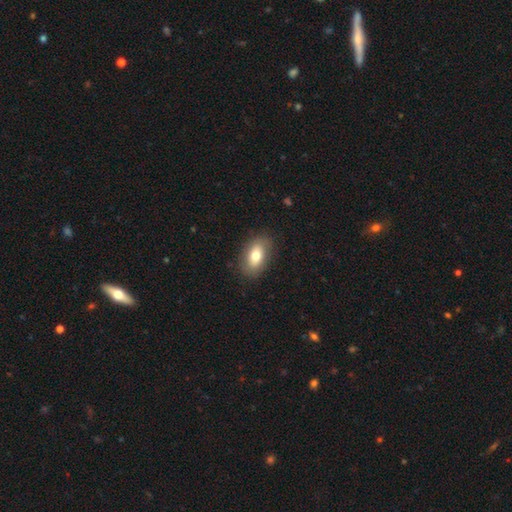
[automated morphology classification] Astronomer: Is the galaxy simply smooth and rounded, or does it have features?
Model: smooth — 73%.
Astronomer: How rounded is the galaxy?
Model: in between — 90%.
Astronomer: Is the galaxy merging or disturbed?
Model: none — 84%.